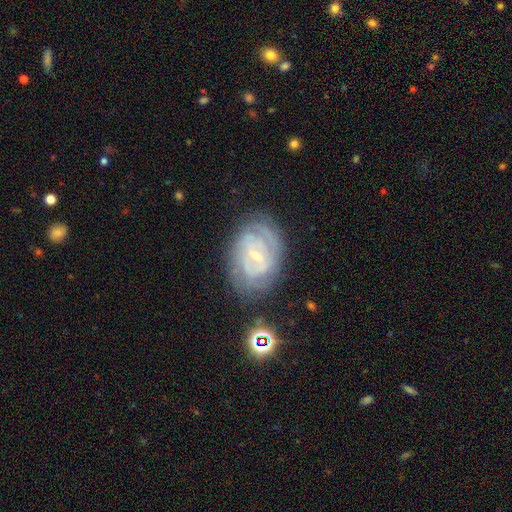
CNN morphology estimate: A featured or disk galaxy (79%) with a weak bar (50%), tight (69%) spiral arms (88%) and a small central bulge (75%). Merging: none (72%).